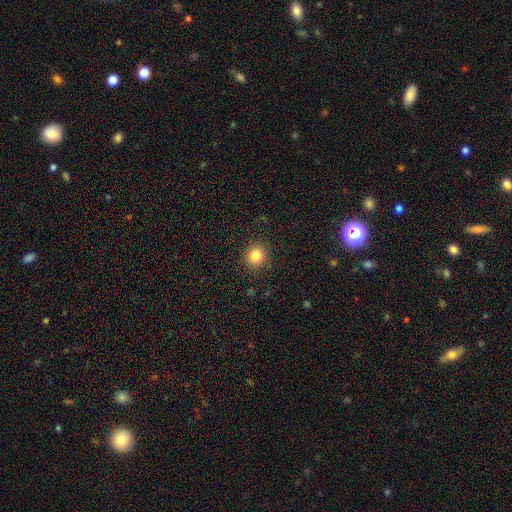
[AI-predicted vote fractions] A smooth galaxy with no disk features (83%) that is round (87%). Merging: none (89%).